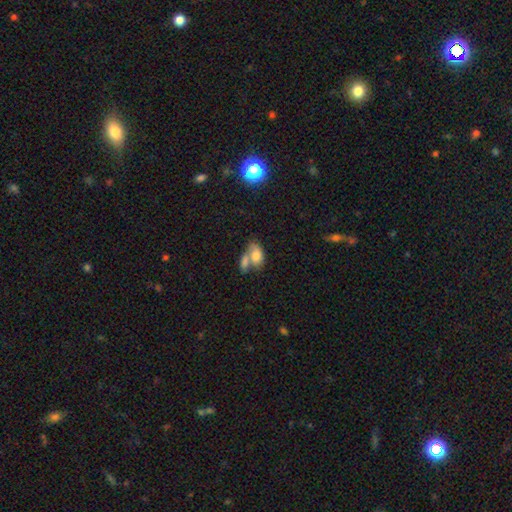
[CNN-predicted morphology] smooth 71%, featured or disk 20%, star or artifact 9%. Down the decision tree: how rounded — in between (89%); merging — merger (59%).